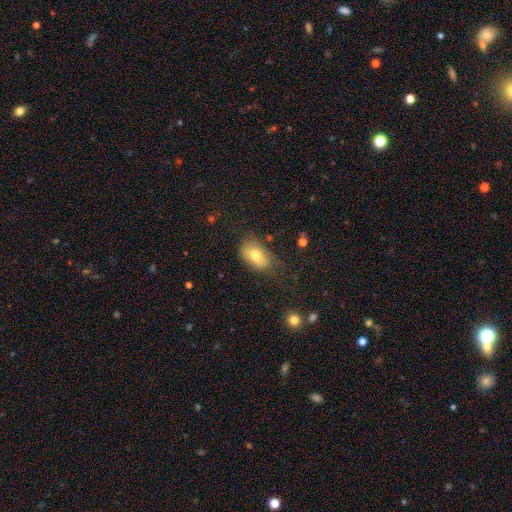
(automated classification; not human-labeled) Smooth or featured: smooth — 75% (featured or disk — 17%)
How rounded: in between — 90% (round — 8%)
Merging: none — 59% (minor disturbance — 28%)